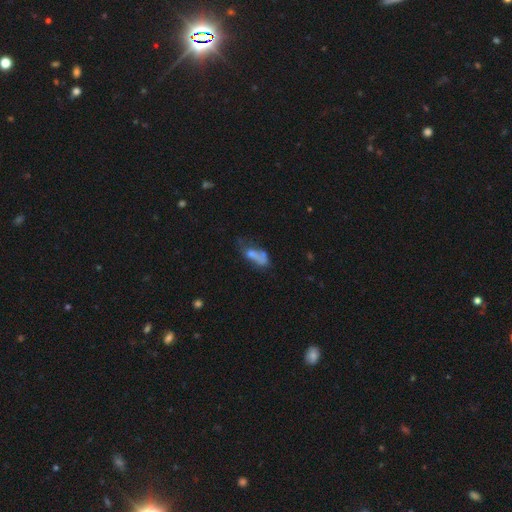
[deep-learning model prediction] Smooth or featured? Predicted: smooth (p=0.55). How rounded? Predicted: in between (p=0.70). Merging? Predicted: merger (p=0.30).